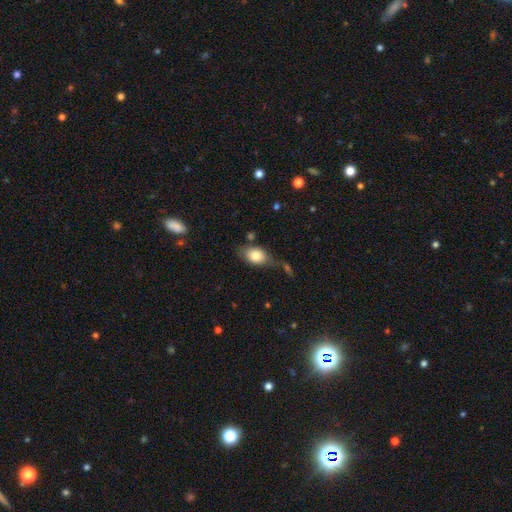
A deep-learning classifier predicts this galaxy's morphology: Smooth or featured? Predicted: smooth (p=0.79). How rounded? Predicted: in between (p=0.83). Merging? Predicted: none (p=0.56).